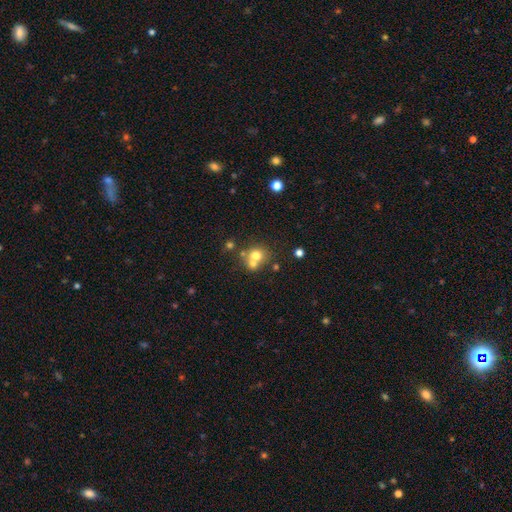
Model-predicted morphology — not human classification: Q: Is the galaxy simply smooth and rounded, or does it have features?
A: smooth — 68%.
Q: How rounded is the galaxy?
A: round — 81%.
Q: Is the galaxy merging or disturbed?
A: merger — 47%.